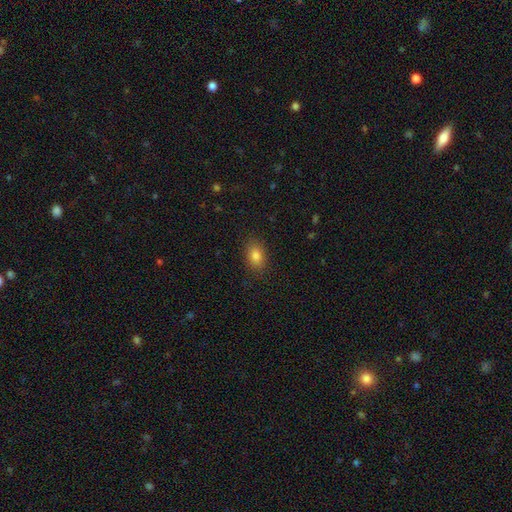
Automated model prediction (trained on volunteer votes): Morphology: type=smooth (84%); roundness=in between (82%); merging=none (87%).